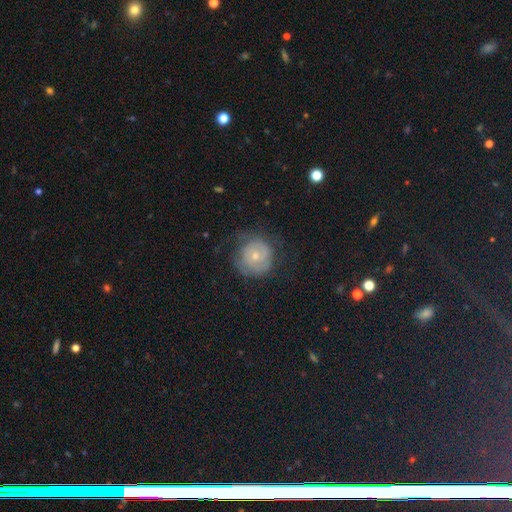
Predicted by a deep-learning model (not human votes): Smooth or featured? Predicted: featured or disk (p=0.56). Edge-on disk? Predicted: no (p=0.97). Bar? Predicted: no (p=0.79). Spiral arms? Predicted: yes (p=0.71). Bulge size? Predicted: small (p=0.51). Merging? Predicted: none (p=0.64).